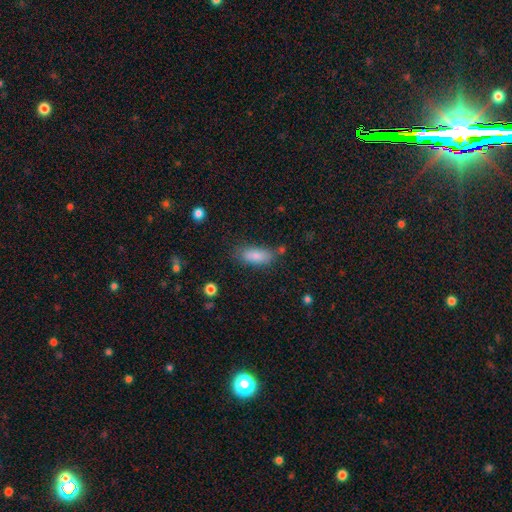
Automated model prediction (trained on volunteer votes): Q: Smooth or featured?
A: smooth (84%); runner-up: featured or disk (9%)
Q: How rounded?
A: in between (77%); runner-up: cigar-shaped (20%)
Q: Merging?
A: none (69%); runner-up: minor disturbance (19%)